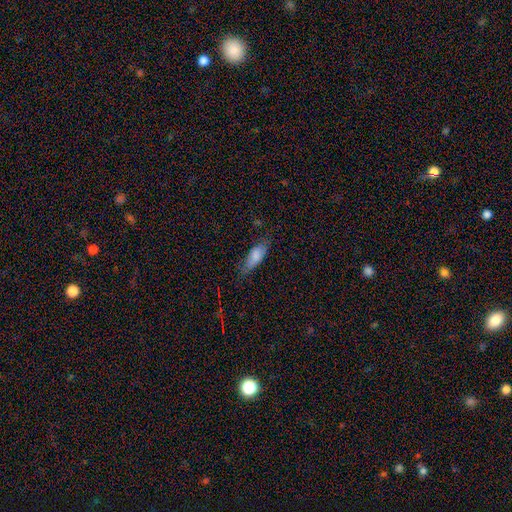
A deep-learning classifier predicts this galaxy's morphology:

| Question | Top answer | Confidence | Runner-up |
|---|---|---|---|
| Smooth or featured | smooth | 80% | featured or disk (14%) |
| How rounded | in between | 74% | cigar-shaped (24%) |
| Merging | none | 67% | minor disturbance (25%) |